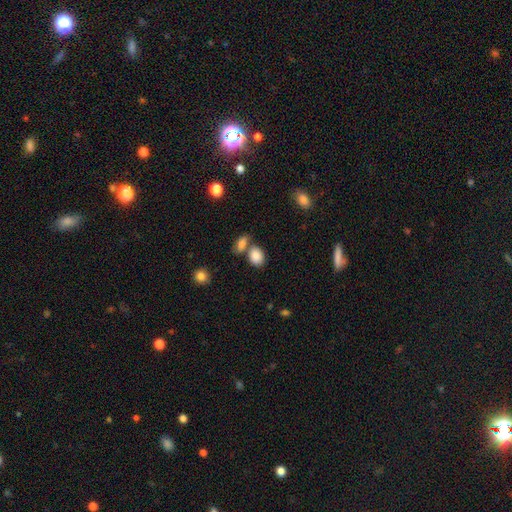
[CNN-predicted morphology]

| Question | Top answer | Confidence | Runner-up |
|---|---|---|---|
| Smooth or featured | smooth | 86% | star or artifact (8%) |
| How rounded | in between | 71% | round (28%) |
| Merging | none | 53% | merger (31%) |